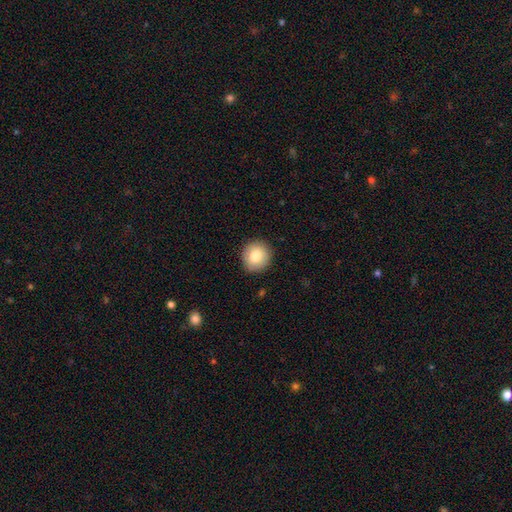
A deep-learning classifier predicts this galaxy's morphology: The model was most divided on "smooth or featured": smooth: 81%, featured or disk: 11%, star or artifact: 8%. More confident: how rounded — round (91%); merging — none (90%).